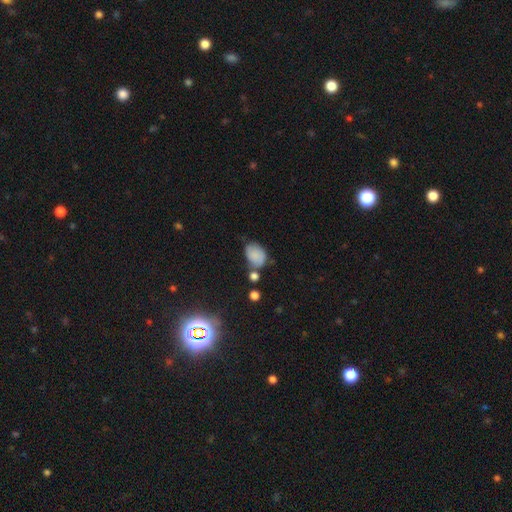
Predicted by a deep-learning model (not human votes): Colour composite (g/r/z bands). It shows a smooth galaxy with no disk features (81%) that is in between round and cigar-shaped (79%). Merging: none (50%).